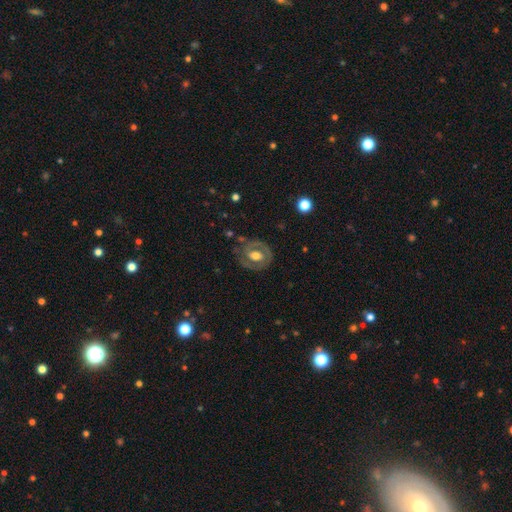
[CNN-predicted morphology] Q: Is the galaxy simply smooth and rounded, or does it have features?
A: featured or disk — 62%.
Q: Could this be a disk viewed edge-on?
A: no — 95%.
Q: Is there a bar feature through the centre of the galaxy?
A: no — 56%.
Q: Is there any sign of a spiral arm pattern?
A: no — 58%.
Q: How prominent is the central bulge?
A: moderate — 60%.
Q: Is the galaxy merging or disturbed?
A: none — 69%.